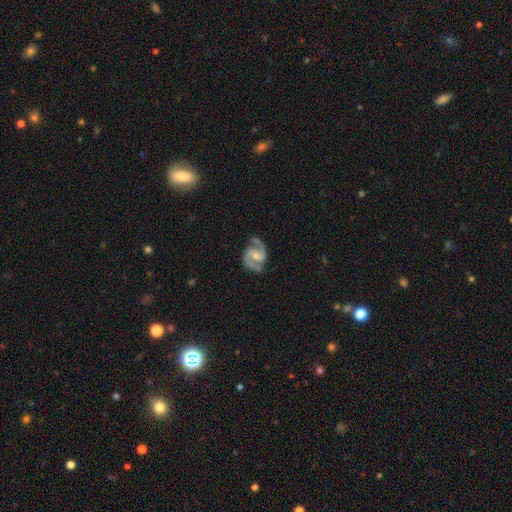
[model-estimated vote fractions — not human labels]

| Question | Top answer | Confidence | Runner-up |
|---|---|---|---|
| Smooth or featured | featured or disk | 92% | star or artifact (4%) |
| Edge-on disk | no | 98% | yes (2%) |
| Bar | weak | 47% | no (35%) |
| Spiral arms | yes | 98% | no (2%) |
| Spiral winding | medium | 64% | tight (21%) |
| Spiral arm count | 2 | 94% | can't tell (2%) |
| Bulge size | small | 50% | moderate (43%) |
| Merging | none | 77% | minor disturbance (16%) |